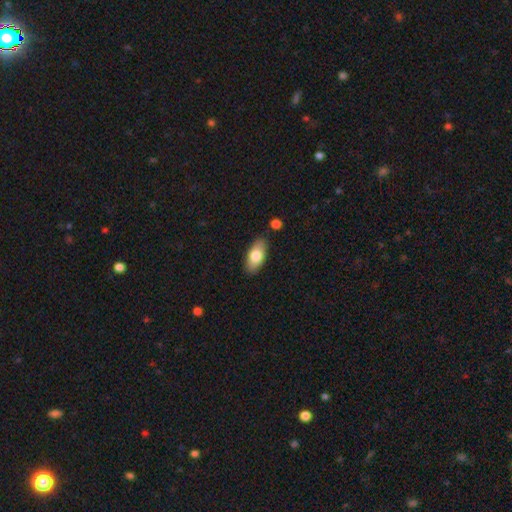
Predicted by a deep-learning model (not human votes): A smooth galaxy with no disk features (77%) that is in between round and cigar-shaped (89%). Merging: none (84%).